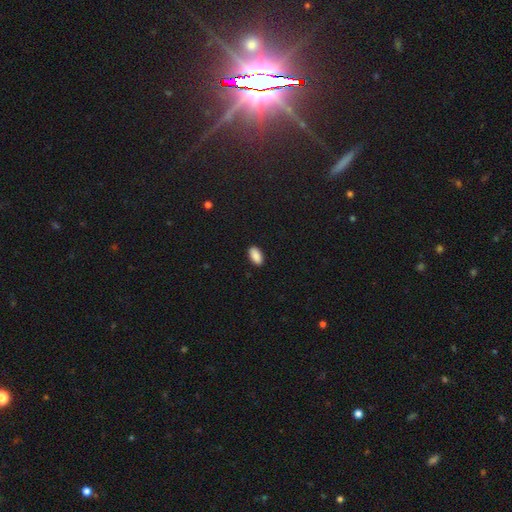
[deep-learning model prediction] smooth 90%, star or artifact 7%, featured or disk 3%. Down the decision tree: how rounded — in between (94%); merging — none (89%).